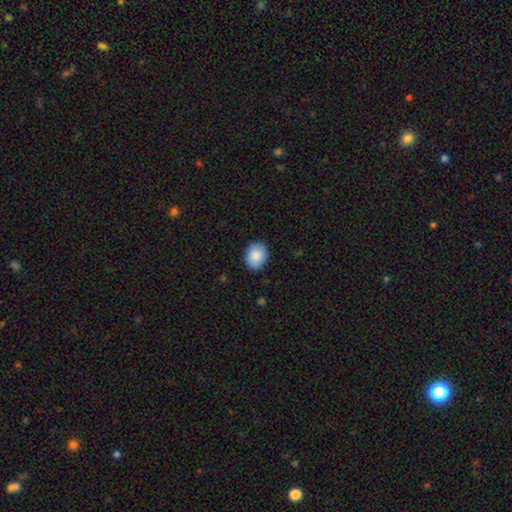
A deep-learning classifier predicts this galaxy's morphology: Smooth or featured?
  - smooth: 88% *
  - star or artifact: 7%
  - featured or disk: 5%
How rounded?
  - in between: 58% *
  - round: 41%
  - cigar-shaped: 1%
Merging?
  - none: 88% *
  - minor disturbance: 9%
  - major disturbance: 2%
  - merger: 1%